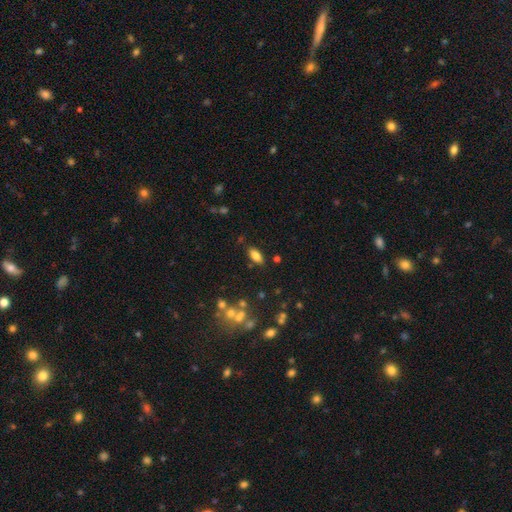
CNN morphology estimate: Q: Smooth or featured?
A: smooth (79%); runner-up: star or artifact (11%)
Q: How rounded?
A: in between (87%); runner-up: cigar-shaped (10%)
Q: Merging?
A: none (82%); runner-up: minor disturbance (11%)